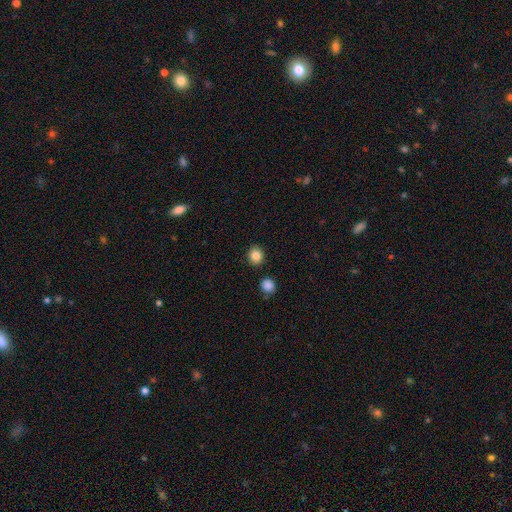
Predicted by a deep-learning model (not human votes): This appears to be a smooth galaxy with no disk features (85%) that is round (78%). Merging: none (88%).